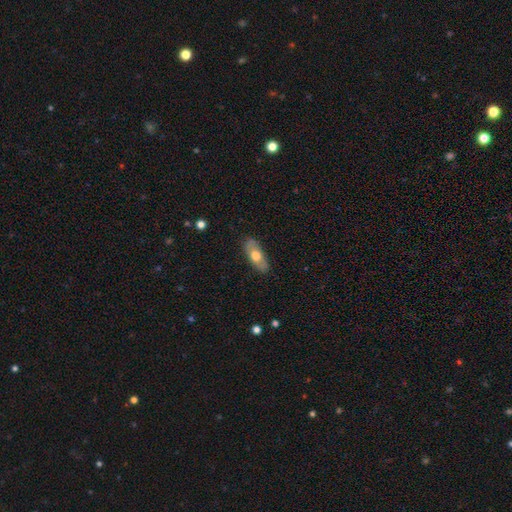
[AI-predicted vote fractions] Morphology: type=smooth (60%); roundness=in between (79%); merging=none (83%).